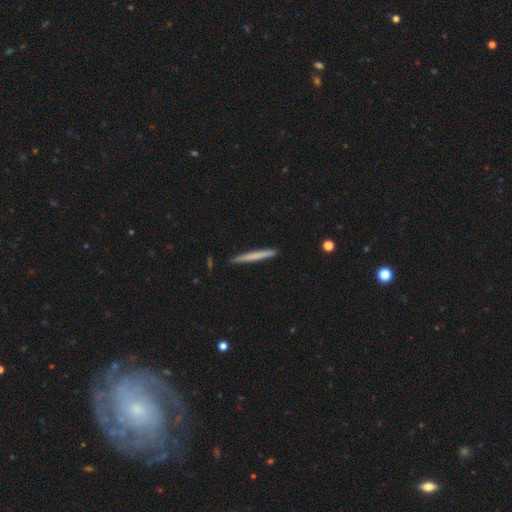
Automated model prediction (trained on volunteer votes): Smooth or featured? Predicted: smooth (p=0.65). How rounded? Predicted: cigar-shaped (p=0.97). Merging? Predicted: none (p=0.90).